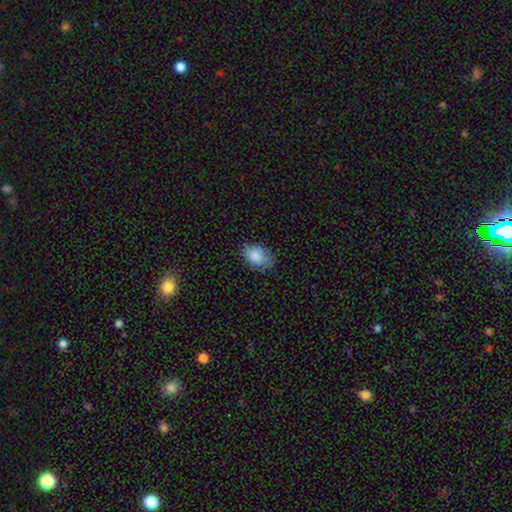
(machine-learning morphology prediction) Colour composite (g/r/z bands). It shows a smooth galaxy with no disk features (86%) that is in between round and cigar-shaped (84%). Merging: none (73%).